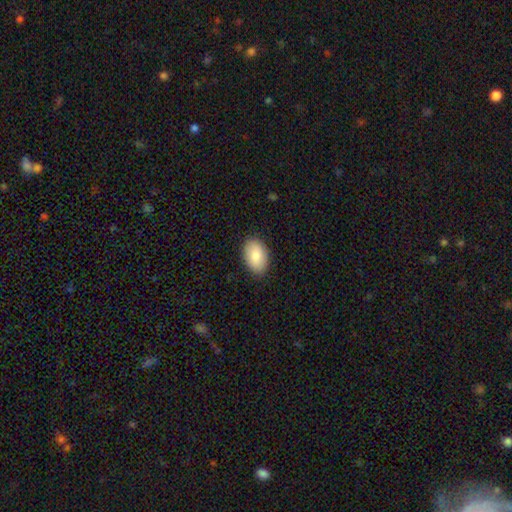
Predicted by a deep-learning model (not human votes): The model was most divided on "smooth or featured": smooth: 85%, featured or disk: 9%, star or artifact: 6%. More confident: how rounded — in between (92%); merging — none (88%).